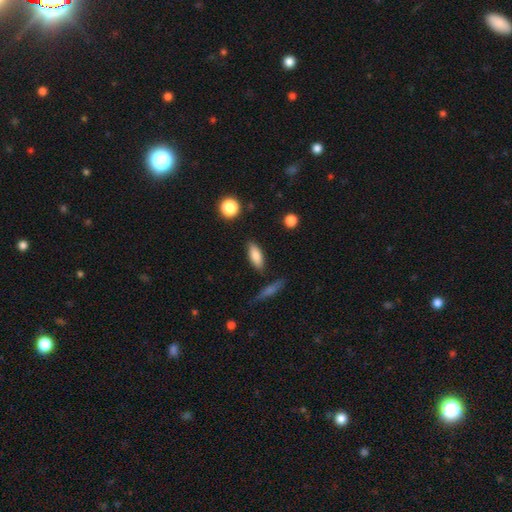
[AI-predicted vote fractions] Smooth or featured? smooth (82%)
How rounded? in between (74%)
Merging? none (82%)